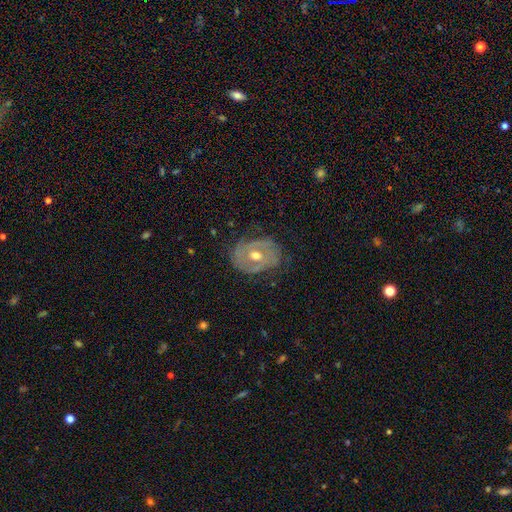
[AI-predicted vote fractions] A featured or disk galaxy (75%) with no bar (59%), spiral arms (69%) and a moderate central bulge (79%). Merging: none (65%).